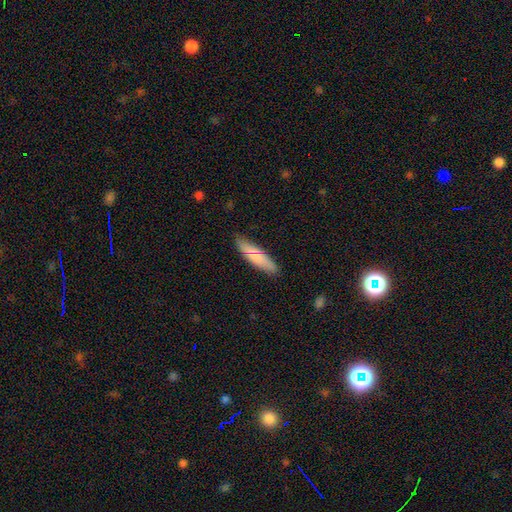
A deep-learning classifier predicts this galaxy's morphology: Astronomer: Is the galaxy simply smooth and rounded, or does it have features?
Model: smooth — 75%.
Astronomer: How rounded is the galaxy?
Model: cigar-shaped — 71%.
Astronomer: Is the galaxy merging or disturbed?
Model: none — 84%.